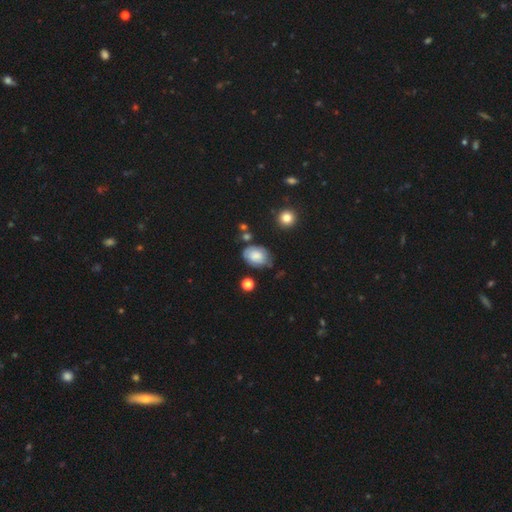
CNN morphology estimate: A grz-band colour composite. It shows a smooth galaxy with no disk features (65%) that is in between round and cigar-shaped (77%). Merging: none (58%).